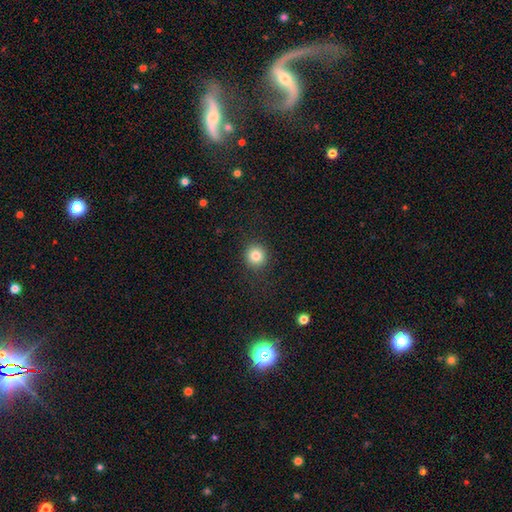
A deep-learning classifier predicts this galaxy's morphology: smooth 83%, star or artifact 11%, featured or disk 6%. Down the decision tree: how rounded — round (93%); merging — none (90%).